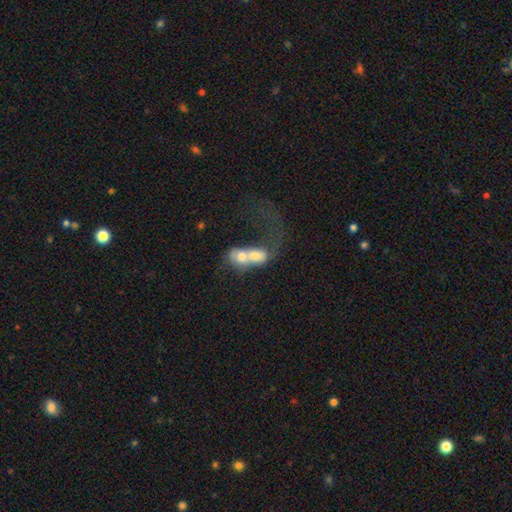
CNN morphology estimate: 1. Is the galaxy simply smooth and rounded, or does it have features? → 60% smooth, 31% featured or disk, 9% star or artifact.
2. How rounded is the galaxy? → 67% in between, 28% round, 5% cigar-shaped.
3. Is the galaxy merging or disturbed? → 79% merger, 10% major disturbance, 7% none, 4% minor disturbance.